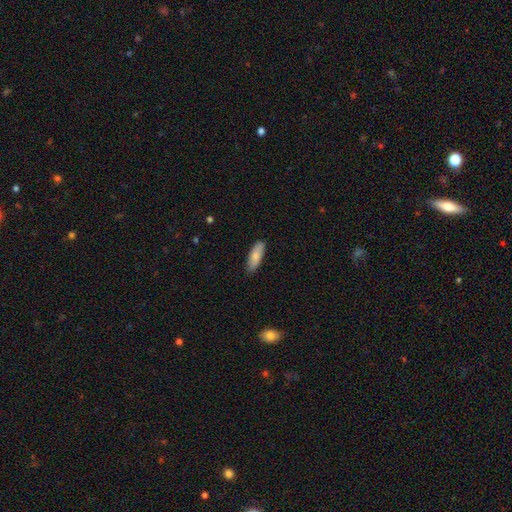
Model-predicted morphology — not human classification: smooth 83%, featured or disk 12%, star or artifact 6%. Down the decision tree: how rounded — in between (58%); merging — none (86%).